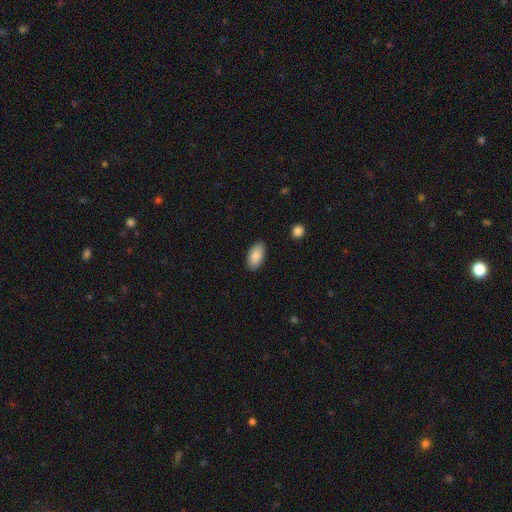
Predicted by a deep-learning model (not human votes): smooth 88%, star or artifact 6%, featured or disk 5%. Down the decision tree: how rounded — in between (95%); merging — none (88%).